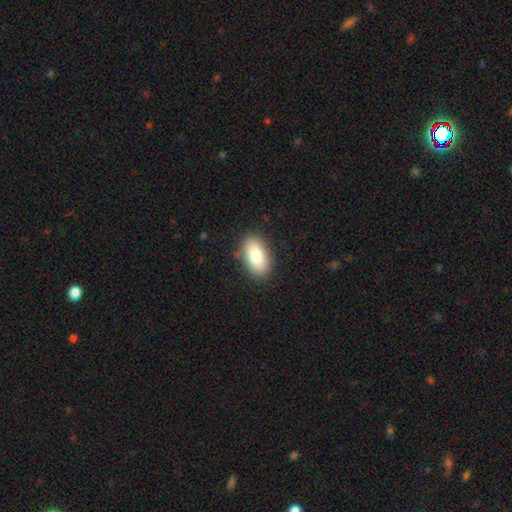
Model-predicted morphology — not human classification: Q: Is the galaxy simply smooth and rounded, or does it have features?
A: smooth — 84%.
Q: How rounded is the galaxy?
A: in between — 93%.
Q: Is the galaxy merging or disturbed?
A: none — 85%.